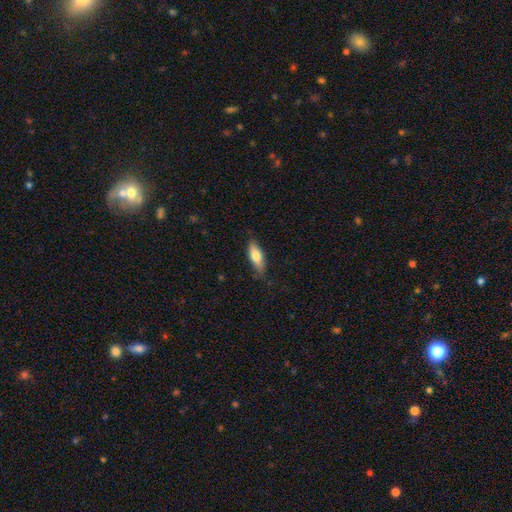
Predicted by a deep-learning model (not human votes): A smooth galaxy with no disk features (77%) that is in between round and cigar-shaped (71%). Merging: none (77%).